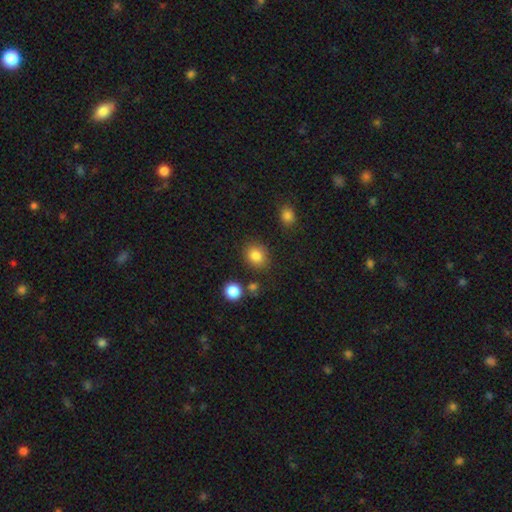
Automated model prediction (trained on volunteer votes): Smooth or featured?
  - smooth: 84% *
  - star or artifact: 11%
  - featured or disk: 5%
How rounded?
  - round: 68% *
  - in between: 32%
  - cigar-shaped: 1%
Merging?
  - none: 83% *
  - minor disturbance: 10%
  - merger: 4%
  - major disturbance: 3%